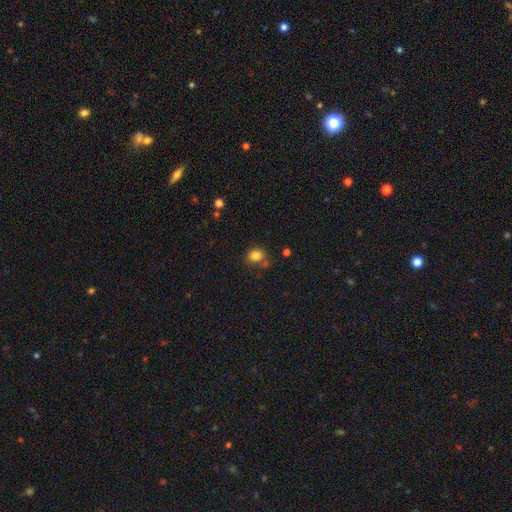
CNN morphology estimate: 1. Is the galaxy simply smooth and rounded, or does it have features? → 82% smooth, 12% star or artifact, 6% featured or disk.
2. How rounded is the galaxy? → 72% round, 27% in between, 1% cigar-shaped.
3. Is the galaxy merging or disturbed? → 73% none, 15% minor disturbance, 8% merger, 4% major disturbance.